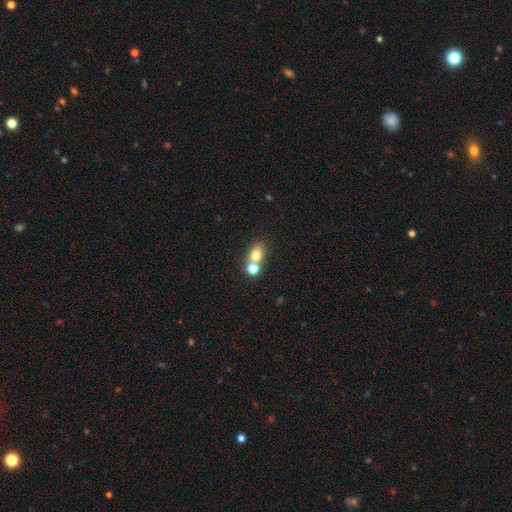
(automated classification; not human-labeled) Smooth or featured? Predicted: smooth (p=0.74). How rounded? Predicted: in between (p=0.54). Merging? Predicted: merger (p=0.49).